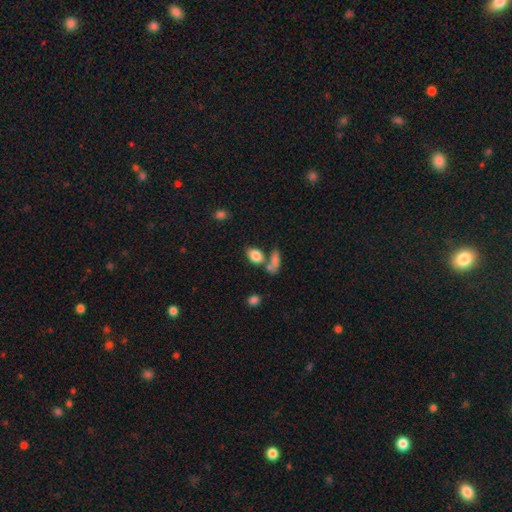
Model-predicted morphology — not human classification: smooth_or_featured: smooth (p=0.82) [alt: featured or disk p=0.09]
how_rounded: in between (p=0.80) [alt: round p=0.17]
merging: none (p=0.54) [alt: merger p=0.29]